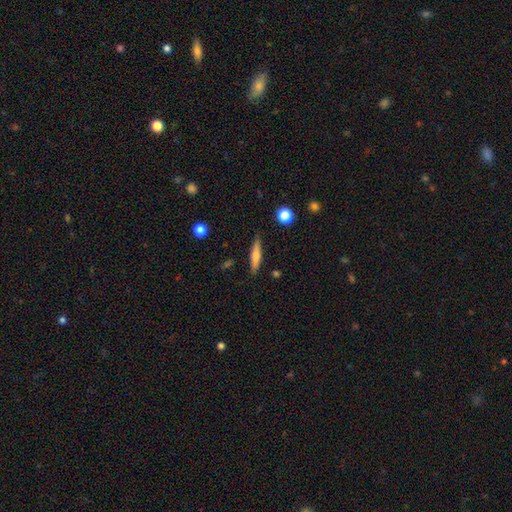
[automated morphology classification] type=smooth (63%); roundness=cigar-shaped (86%); merging=none (85%).